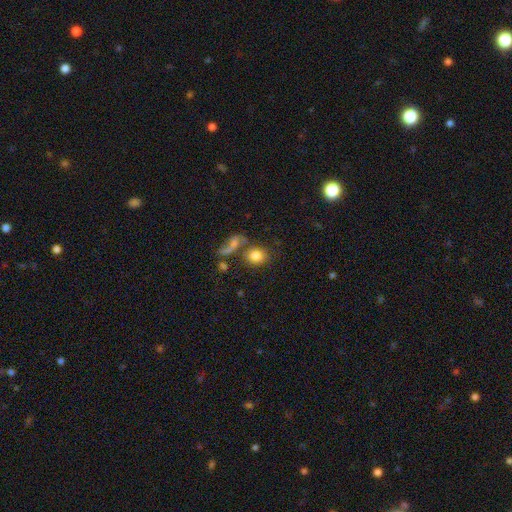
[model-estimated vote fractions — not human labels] A smooth galaxy with no disk features (79%) that is round (67%). Merging: none (55%).